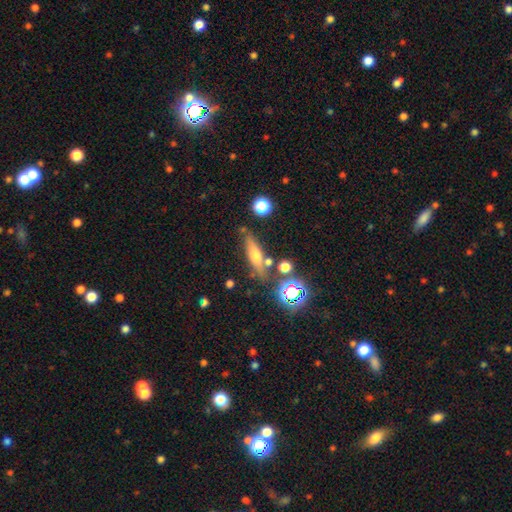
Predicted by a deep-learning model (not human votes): This appears to be a smooth galaxy with no disk features (50%). Merging: none (71%).